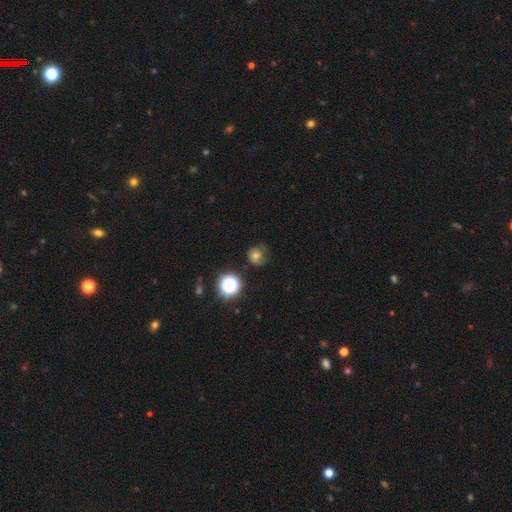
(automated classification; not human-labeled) Smooth or featured?
  - smooth: 60% *
  - star or artifact: 21%
  - featured or disk: 18%
How rounded?
  - round: 84% *
  - in between: 15%
  - cigar-shaped: 1%
Merging?
  - none: 62% *
  - minor disturbance: 23%
  - major disturbance: 12%
  - merger: 3%